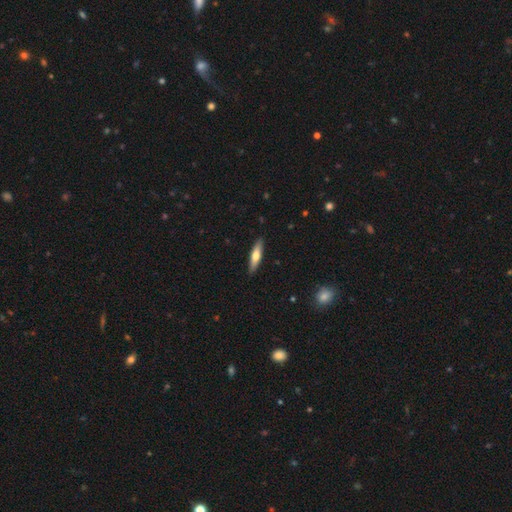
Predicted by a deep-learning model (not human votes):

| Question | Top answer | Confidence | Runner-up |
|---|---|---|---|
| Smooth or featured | smooth | 57% | featured or disk (37%) |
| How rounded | cigar-shaped | 77% | in between (22%) |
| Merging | none | 90% | minor disturbance (8%) |